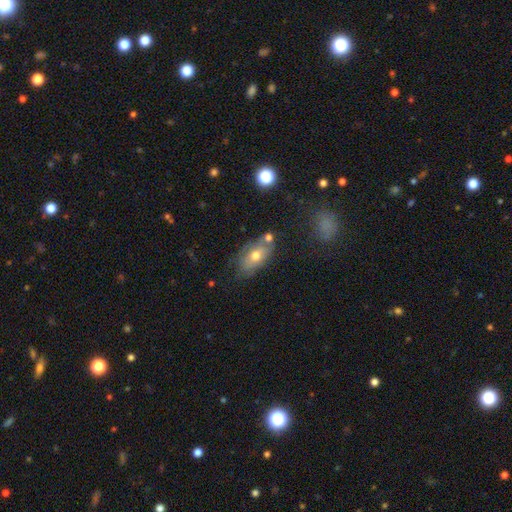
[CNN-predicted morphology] This is possibly a smooth galaxy (60%). How rounded: clearly in between (88%). Merging: possibly none (56%).